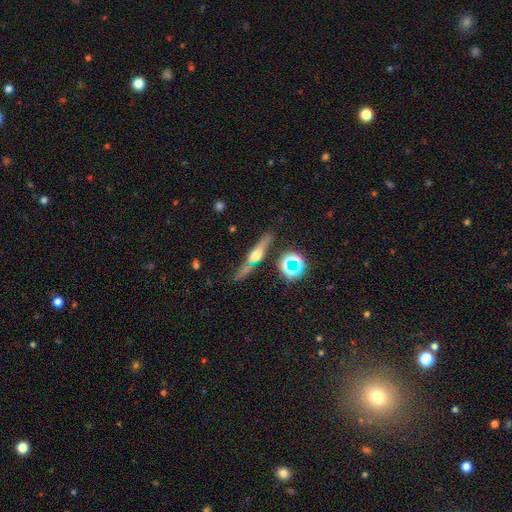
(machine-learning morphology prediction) featured or disk 63%, smooth 24%, star or artifact 14%. Down the decision tree: edge-on disk — yes (92%); edge-on bulge — rounded (86%); merging — none (80%).